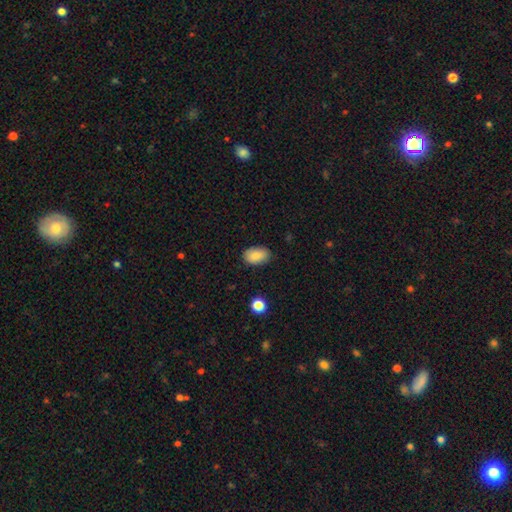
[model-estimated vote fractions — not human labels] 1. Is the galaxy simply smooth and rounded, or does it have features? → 87% smooth, 7% star or artifact, 5% featured or disk.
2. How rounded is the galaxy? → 91% in between, 8% round, 1% cigar-shaped.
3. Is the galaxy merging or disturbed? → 85% none, 12% minor disturbance, 2% major disturbance, 1% merger.